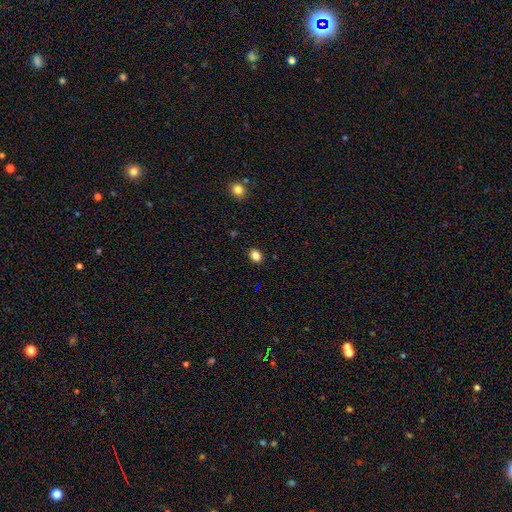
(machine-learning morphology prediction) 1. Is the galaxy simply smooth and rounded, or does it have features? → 85% smooth, 11% star or artifact, 4% featured or disk.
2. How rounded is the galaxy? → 63% in between, 35% round, 1% cigar-shaped.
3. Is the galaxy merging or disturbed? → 89% none, 8% minor disturbance, 2% major disturbance, 1% merger.